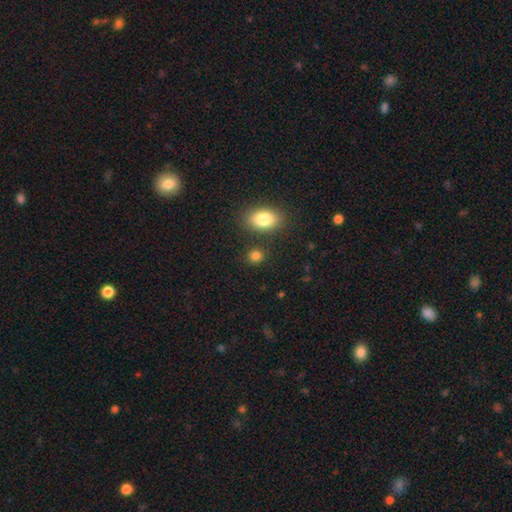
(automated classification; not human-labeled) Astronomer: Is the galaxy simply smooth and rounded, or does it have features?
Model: smooth — 84%.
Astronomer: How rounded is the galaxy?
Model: round — 65%.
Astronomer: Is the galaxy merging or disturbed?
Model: none — 81%.